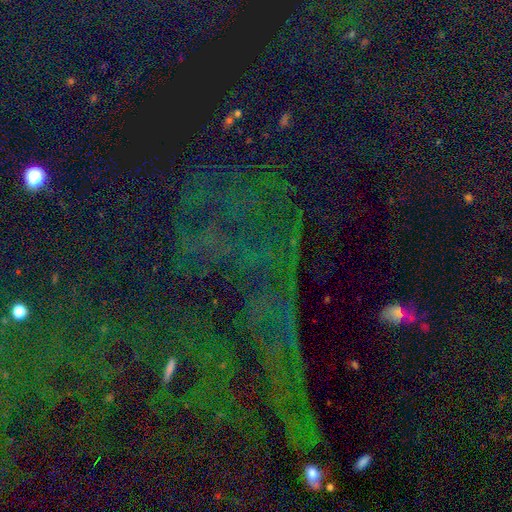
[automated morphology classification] Smooth or featured?
  - star or artifact: 80% *
  - smooth: 11%
  - featured or disk: 10%